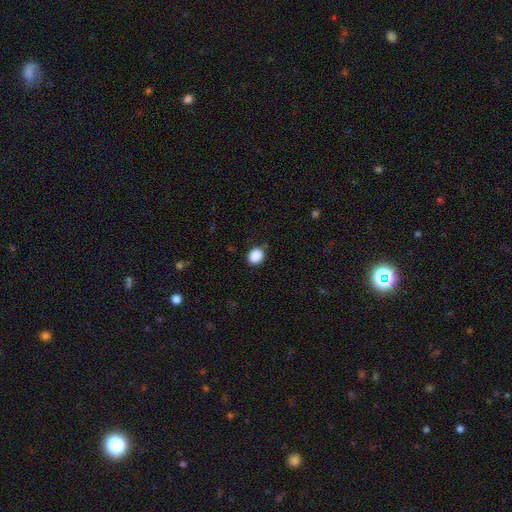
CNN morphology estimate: A smooth galaxy with no disk features (89%) that is round (53%).

Vote fractions:
- Smooth or featured? smooth: 89% / star or artifact: 8% / featured or disk: 3%
- How rounded? round: 53% / in between: 46% / cigar-shaped: 1%
- Merging? none: 80% / minor disturbance: 15% / major disturbance: 3% / merger: 1%